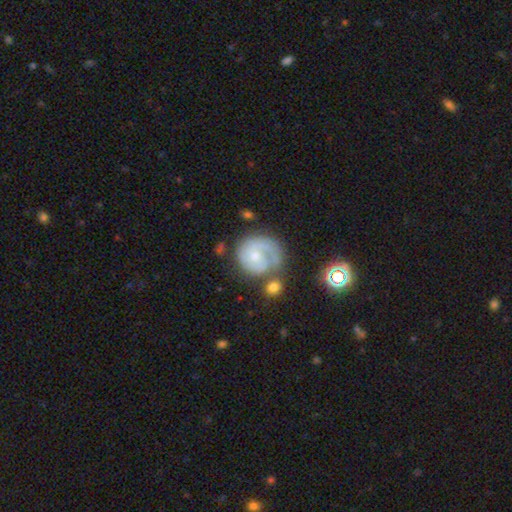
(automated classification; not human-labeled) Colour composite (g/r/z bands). It shows a featured or disk galaxy (77%) with no bar (69%), 2 (41%) tight (58%) spiral arms (93%) and a small central bulge (61%). Merging: none (56%).